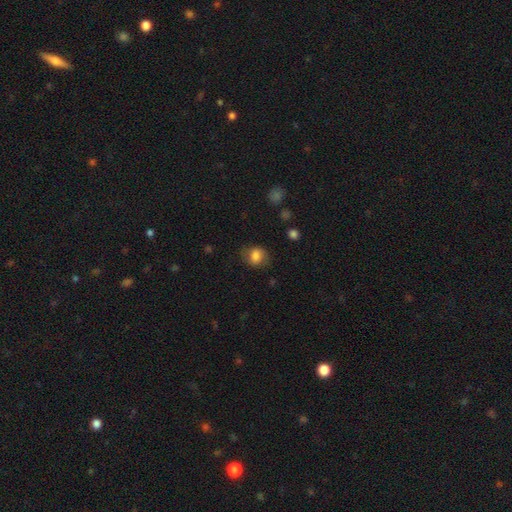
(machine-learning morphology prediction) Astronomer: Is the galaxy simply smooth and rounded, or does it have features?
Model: smooth — 80%.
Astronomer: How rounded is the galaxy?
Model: round — 52% (runner-up: in between, 47%).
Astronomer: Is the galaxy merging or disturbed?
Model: none — 71%.